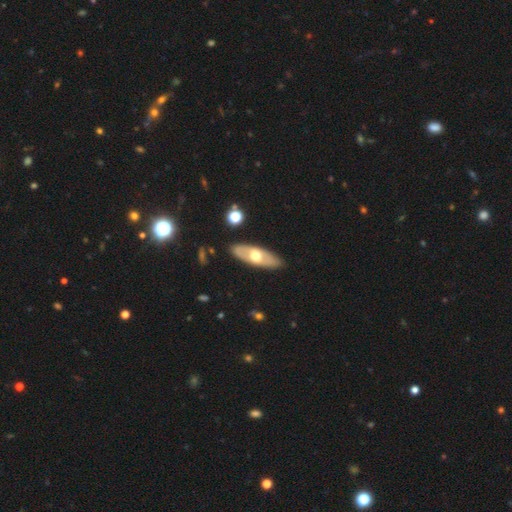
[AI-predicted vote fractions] The model was most divided on "smooth or featured": featured or disk: 50%, smooth: 45%, star or artifact: 5%. More confident: merging — none (86%); edge-on disk — no (64%).